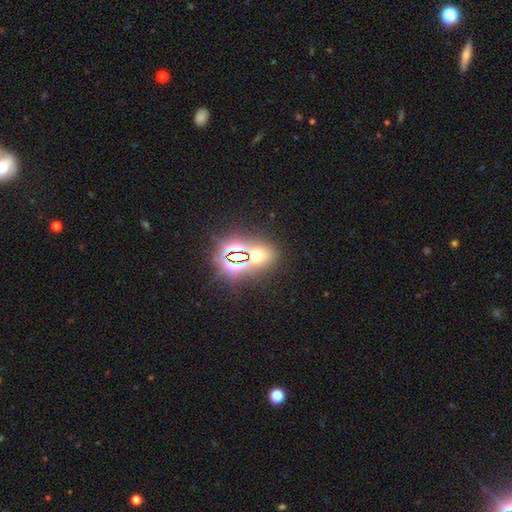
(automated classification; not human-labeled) Smooth or featured?
  - star or artifact: 50% *
  - smooth: 40%
  - featured or disk: 9%